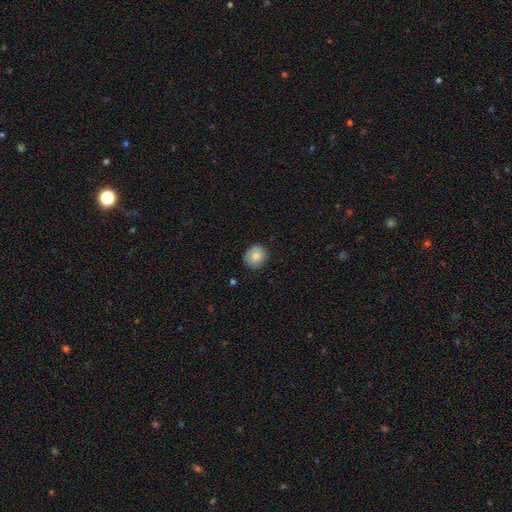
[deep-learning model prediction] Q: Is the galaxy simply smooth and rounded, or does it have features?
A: smooth — 80%.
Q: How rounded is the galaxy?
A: round — 76%.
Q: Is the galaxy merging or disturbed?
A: none — 84%.